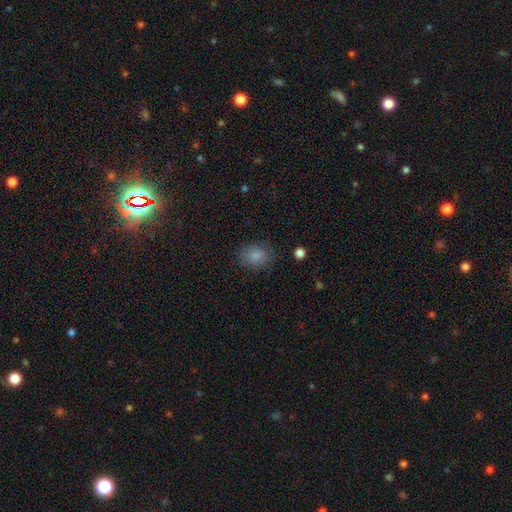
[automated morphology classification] Smooth or featured: smooth — 84% (star or artifact — 10%)
How rounded: in between — 51% (round — 48%)
Merging: none — 79% (minor disturbance — 15%)